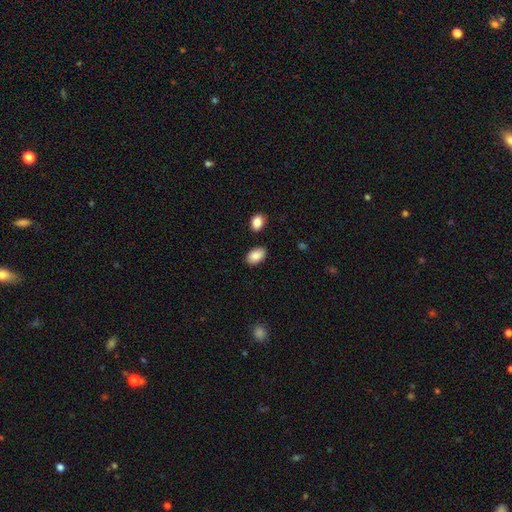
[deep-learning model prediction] smooth_or_featured: smooth (p=0.88) [alt: star or artifact p=0.07]
how_rounded: in between (p=0.92) [alt: round p=0.07]
merging: none (p=0.85) [alt: minor disturbance p=0.10]